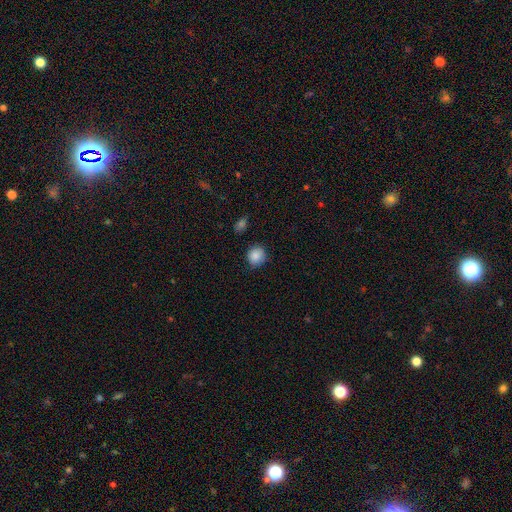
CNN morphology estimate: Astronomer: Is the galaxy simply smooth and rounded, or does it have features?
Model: smooth — 87%.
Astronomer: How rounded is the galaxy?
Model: round — 88%.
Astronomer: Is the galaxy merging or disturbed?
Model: none — 82%.